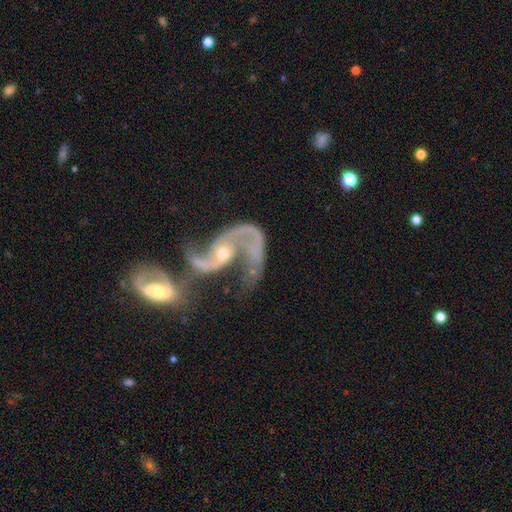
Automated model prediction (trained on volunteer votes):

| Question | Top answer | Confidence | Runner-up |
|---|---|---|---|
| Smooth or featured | featured or disk | 87% | smooth (7%) |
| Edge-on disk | no | 97% | yes (3%) |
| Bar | no | 59% | weak (29%) |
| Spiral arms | yes | 91% | no (9%) |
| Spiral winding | loose | 75% | medium (20%) |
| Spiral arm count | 2 | 85% | 1 (8%) |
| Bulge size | moderate | 51% | small (40%) |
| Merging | merger | 30% | none (29%) |